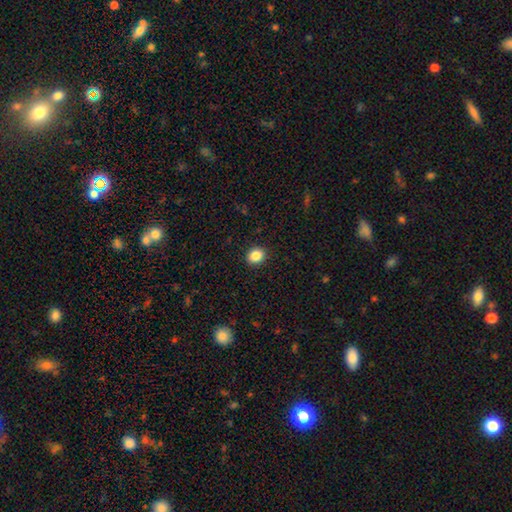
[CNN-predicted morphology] Smooth or featured? smooth (86%)
How rounded? round (66%)
Merging? none (91%)